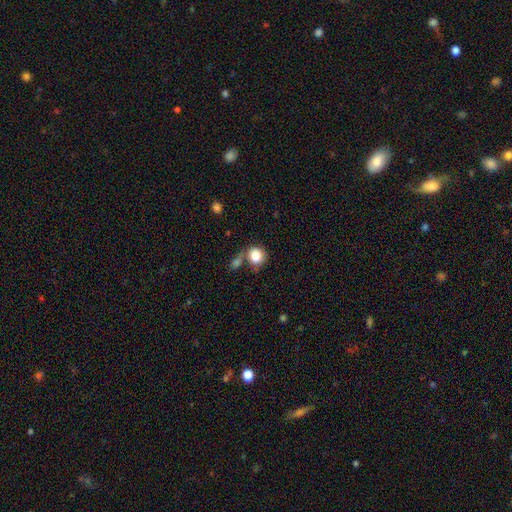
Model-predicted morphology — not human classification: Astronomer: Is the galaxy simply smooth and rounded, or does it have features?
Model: smooth — 85%.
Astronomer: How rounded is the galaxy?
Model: round — 77%.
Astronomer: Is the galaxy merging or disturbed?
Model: none — 53%.